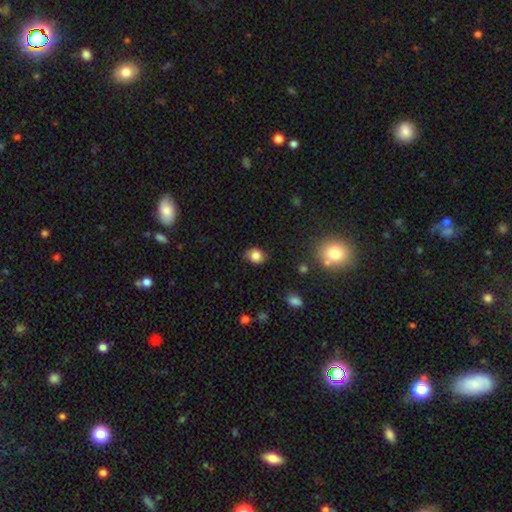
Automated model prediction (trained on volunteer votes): Overall: smooth (82%). How rounded: round (61%; in between 38%). Merging: none (77%).